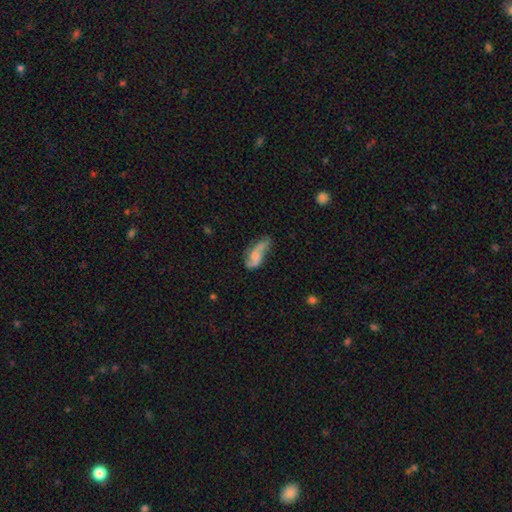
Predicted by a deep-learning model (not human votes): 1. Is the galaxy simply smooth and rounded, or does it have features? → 49% featured or disk, 43% smooth, 8% star or artifact.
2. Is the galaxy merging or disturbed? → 39% none, 33% minor disturbance, 22% major disturbance, 7% merger.